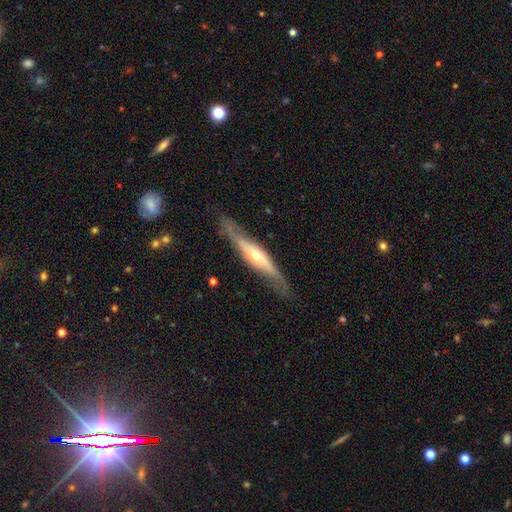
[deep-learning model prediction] Smooth or featured?
  - featured or disk: 71% *
  - smooth: 24%
  - star or artifact: 5%
Edge-on disk?
  - yes: 70% *
  - no: 30%
Merging?
  - none: 77% *
  - minor disturbance: 16%
  - major disturbance: 5%
  - merger: 2%